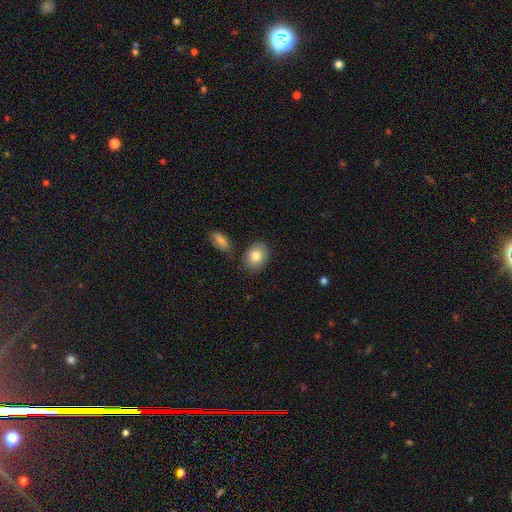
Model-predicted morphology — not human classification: Overall: smooth (81%). How rounded: in between (58%; round 41%). Merging: none (82%).